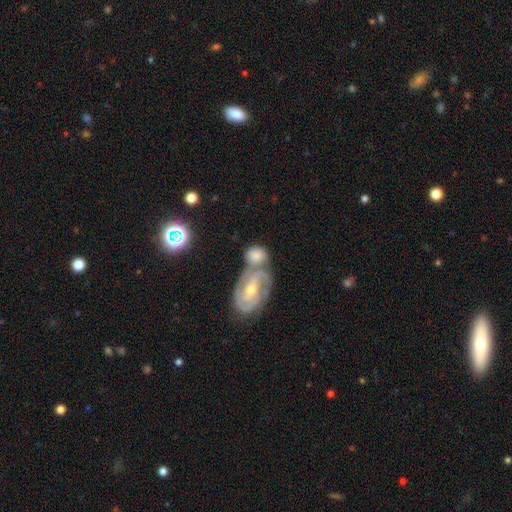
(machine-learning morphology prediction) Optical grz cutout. It shows a smooth galaxy with no disk features (49%). Merging: merger (49%).